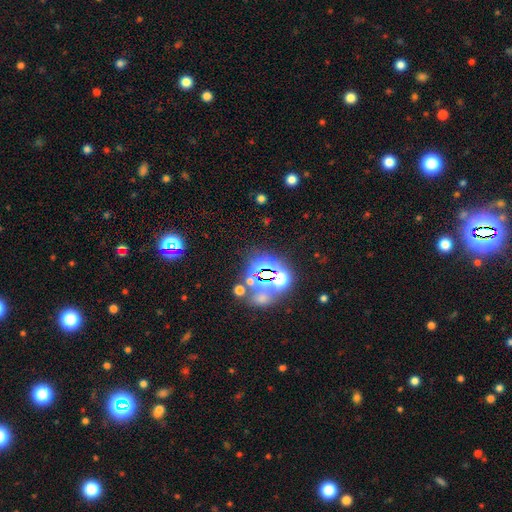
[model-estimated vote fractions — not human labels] The model was most divided on "smooth or featured": star or artifact: 79%, smooth: 12%, featured or disk: 8%.